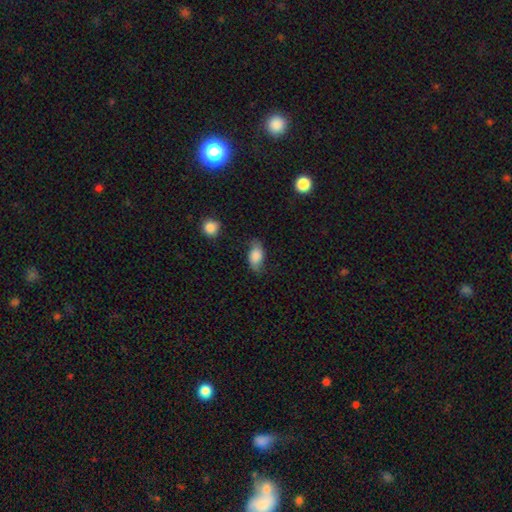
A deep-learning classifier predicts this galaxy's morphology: Smooth or featured?
  - smooth: 74% *
  - featured or disk: 18%
  - star or artifact: 8%
How rounded?
  - in between: 89% *
  - round: 8%
  - cigar-shaped: 3%
Merging?
  - none: 66% *
  - minor disturbance: 24%
  - major disturbance: 7%
  - merger: 2%